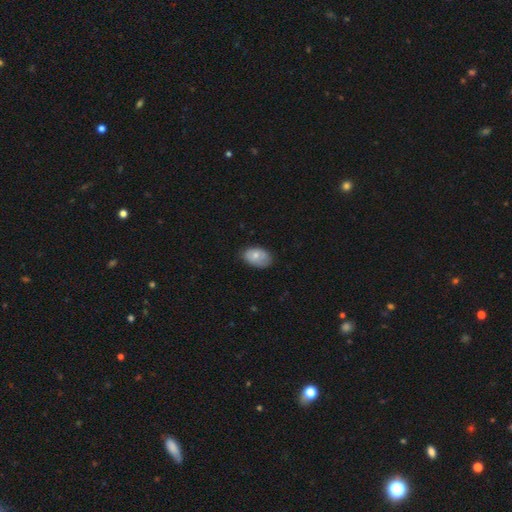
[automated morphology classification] This is likely a smooth galaxy (71%). How rounded: clearly in between (87%). Merging: likely none (69%).